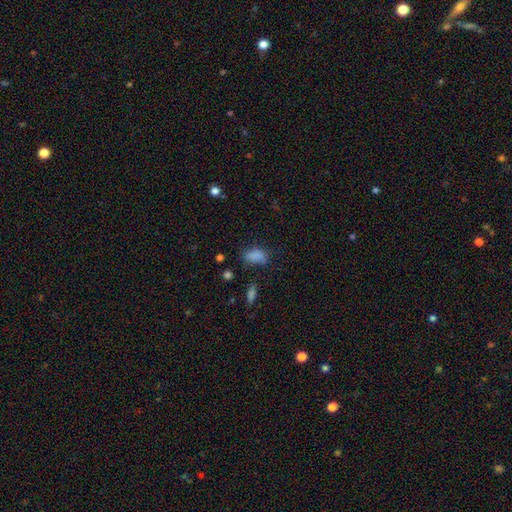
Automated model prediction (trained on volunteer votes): Smooth or featured?
  - smooth: 81% *
  - star or artifact: 12%
  - featured or disk: 7%
How rounded?
  - in between: 88% *
  - round: 8%
  - cigar-shaped: 5%
Merging?
  - none: 55% *
  - minor disturbance: 28%
  - major disturbance: 12%
  - merger: 4%